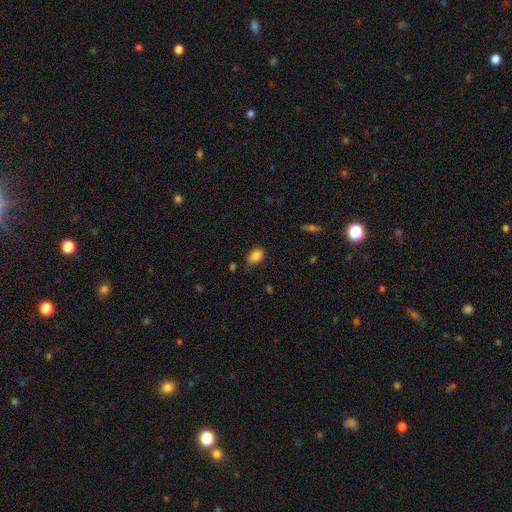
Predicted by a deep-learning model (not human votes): Overall: smooth (86%). How rounded: in between (78%). Merging: none (75%).